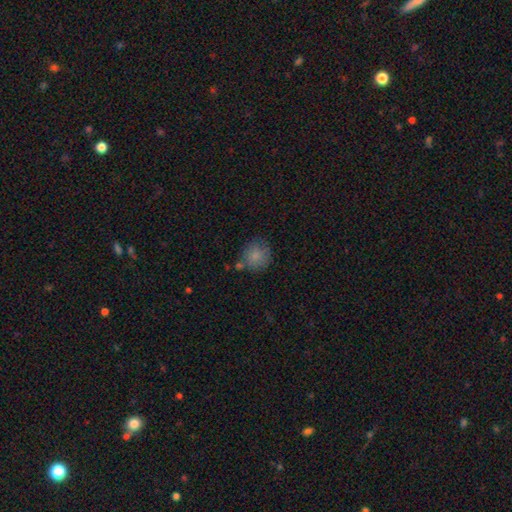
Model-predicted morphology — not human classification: A smooth galaxy with no disk features (83%) that is round (87%). Merging: none (67%).